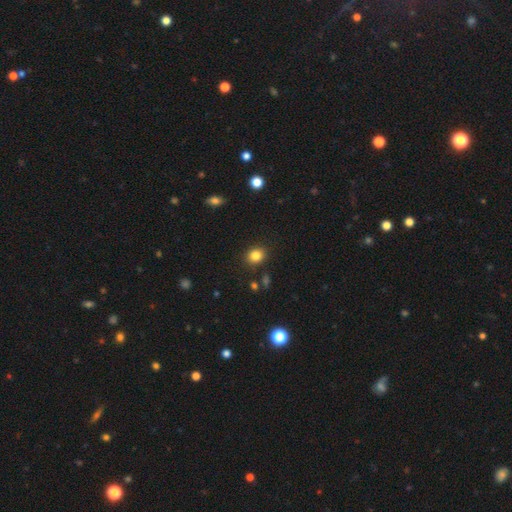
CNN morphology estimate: Overall: smooth (83%). How rounded: round (68%; in between 31%). Merging: none (86%).